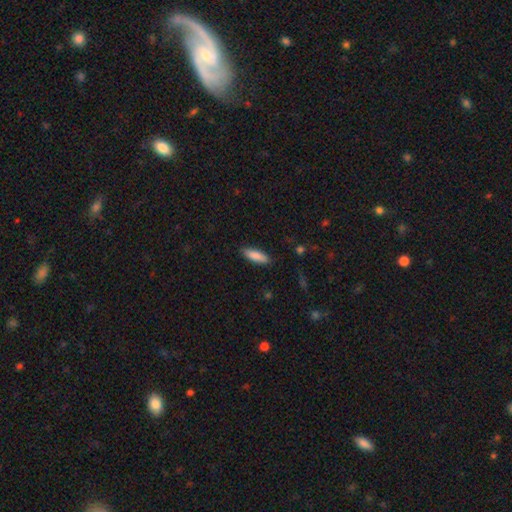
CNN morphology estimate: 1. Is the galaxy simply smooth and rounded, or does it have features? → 86% smooth, 8% featured or disk, 6% star or artifact.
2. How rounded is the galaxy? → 54% in between, 45% cigar-shaped, 2% round.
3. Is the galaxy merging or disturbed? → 87% none, 10% minor disturbance, 2% major disturbance, 1% merger.